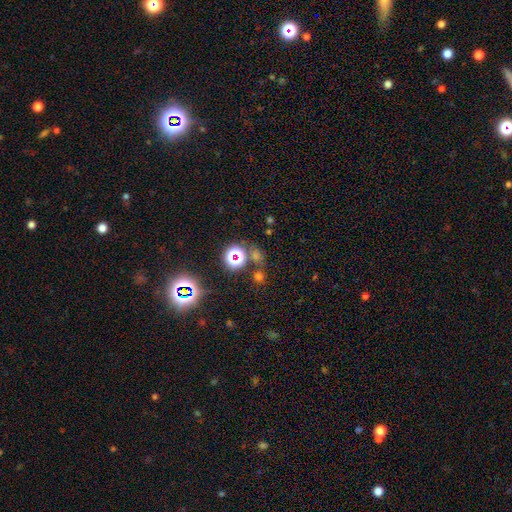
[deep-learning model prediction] The model was most divided on "smooth or featured": star or artifact: 58%, smooth: 33%, featured or disk: 9%.